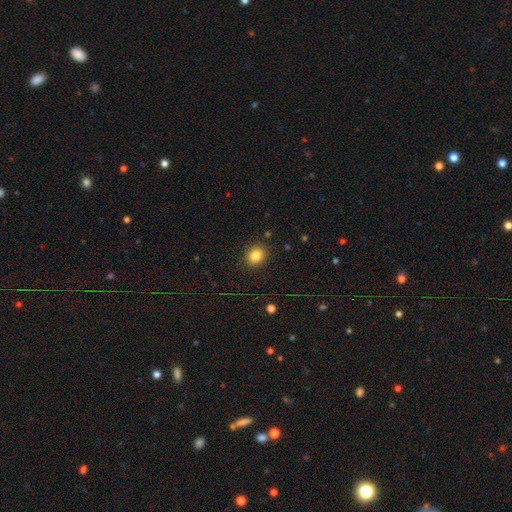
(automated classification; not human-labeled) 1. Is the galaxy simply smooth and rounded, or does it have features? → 83% smooth, 11% star or artifact, 6% featured or disk.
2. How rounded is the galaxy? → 68% round, 31% in between, 1% cigar-shaped.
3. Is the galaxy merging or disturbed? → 89% none, 7% minor disturbance, 2% major disturbance, 1% merger.